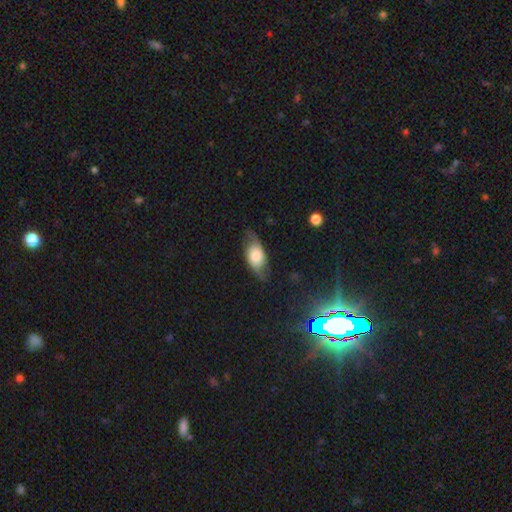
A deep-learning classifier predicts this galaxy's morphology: The model was most divided on "smooth or featured": smooth: 51%, featured or disk: 41%, star or artifact: 8%. More confident: how rounded — in between (85%); merging — none (70%).